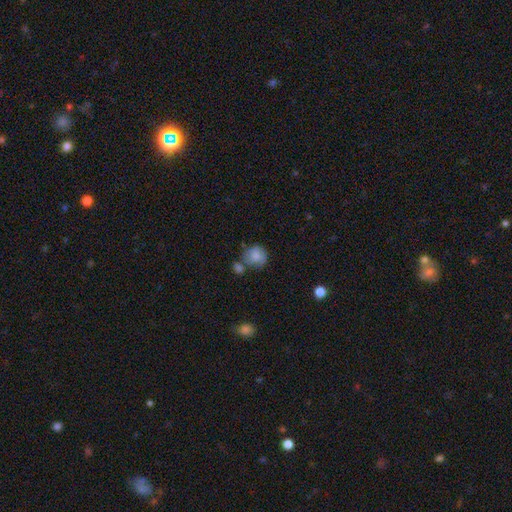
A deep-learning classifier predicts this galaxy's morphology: A smooth galaxy with no disk features (79%) that is round (77%). Merging: none (49%).